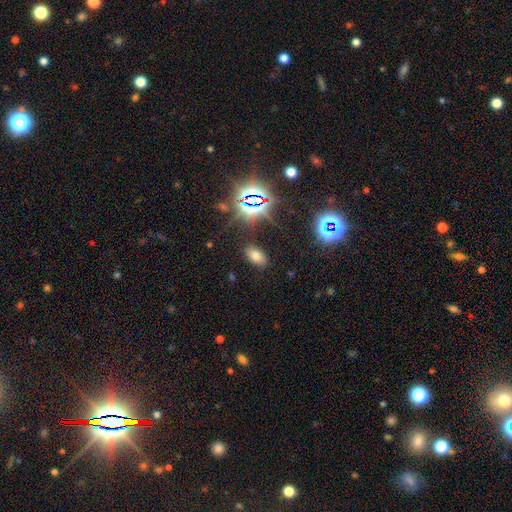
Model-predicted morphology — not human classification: smooth 63%, star or artifact 29%, featured or disk 8%. Down the decision tree: how rounded — in between (91%); merging — none (86%).